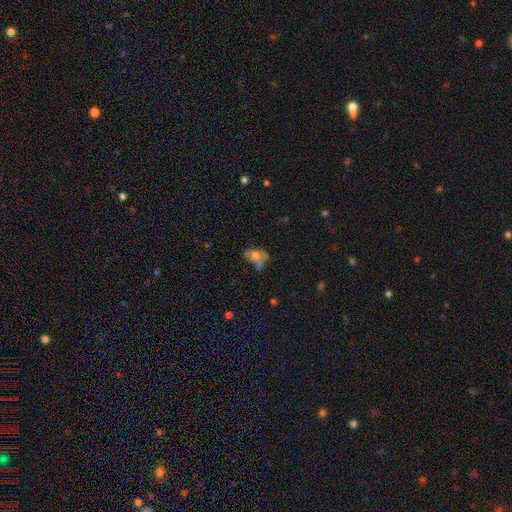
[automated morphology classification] A smooth galaxy with no disk features (56%) that is in between round and cigar-shaped (78%).

Vote fractions:
- Smooth or featured? smooth: 56% / featured or disk: 29% / star or artifact: 15%
- How rounded? in between: 78% / round: 18% / cigar-shaped: 3%
- Merging? major disturbance: 29% (tied) / none: 29% (tied) / minor disturbance: 25% / merger: 17%